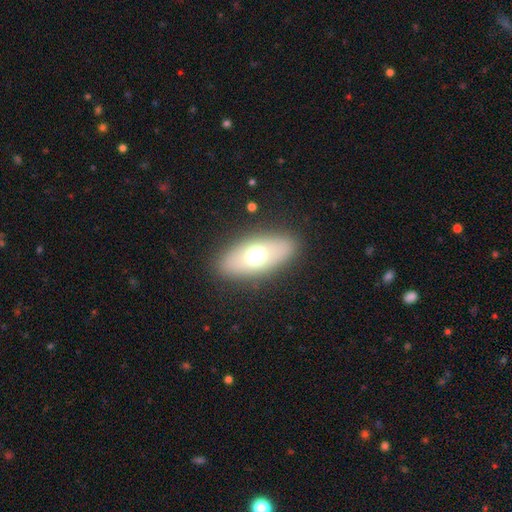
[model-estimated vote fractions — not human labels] Smooth or featured? smooth (61%)
How rounded? in between (82%)
Merging? none (86%)